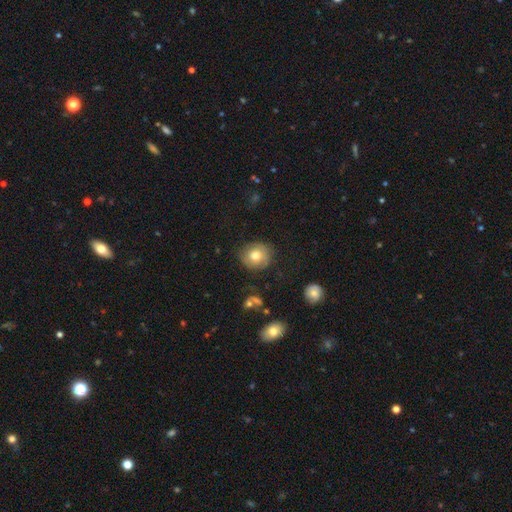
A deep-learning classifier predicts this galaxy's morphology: Smooth or featured?
  - smooth: 72% *
  - featured or disk: 19%
  - star or artifact: 9%
How rounded?
  - round: 83% *
  - in between: 16%
  - cigar-shaped: 1%
Merging?
  - none: 76% *
  - minor disturbance: 17%
  - major disturbance: 6%
  - merger: 2%